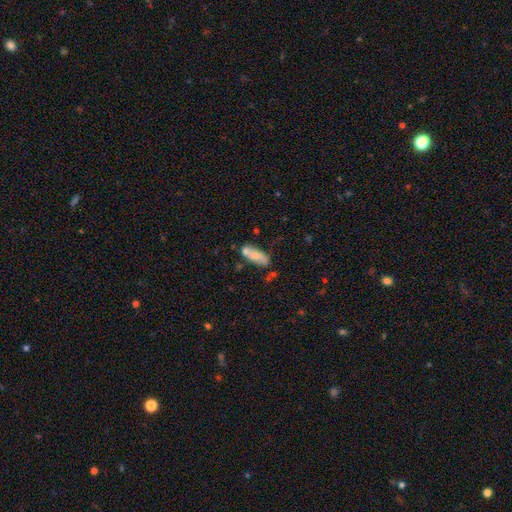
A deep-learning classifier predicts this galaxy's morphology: smooth_or_featured: smooth (p=0.69) [alt: featured or disk p=0.23]
how_rounded: in between (p=0.73) [alt: cigar-shaped p=0.24]
merging: none (p=0.50) [alt: minor disturbance p=0.22]